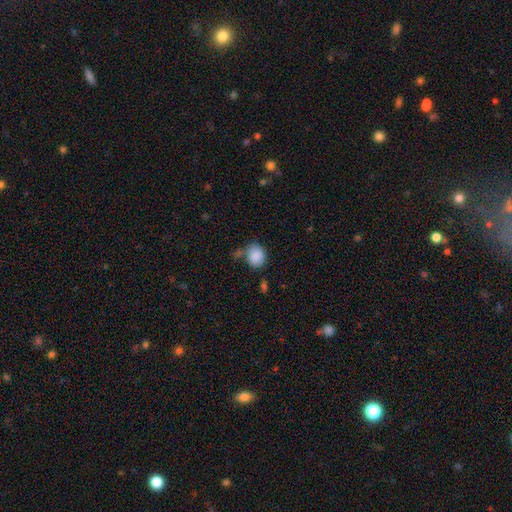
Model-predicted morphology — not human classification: type=smooth (88%); roundness=round (63%); merging=none (61%).